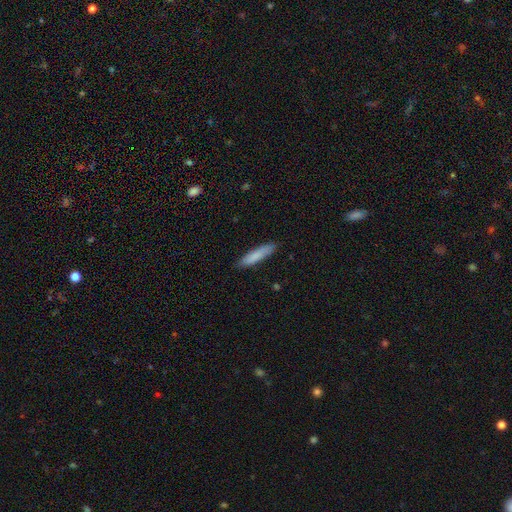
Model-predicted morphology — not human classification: type=smooth (83%); roundness=cigar-shaped (85%); merging=none (86%).